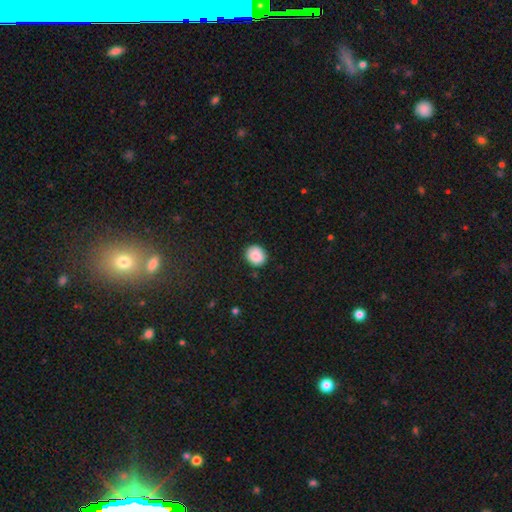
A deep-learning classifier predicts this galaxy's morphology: This appears to be a smooth galaxy with no disk features (87%) that is round (76%). Merging: none (85%).